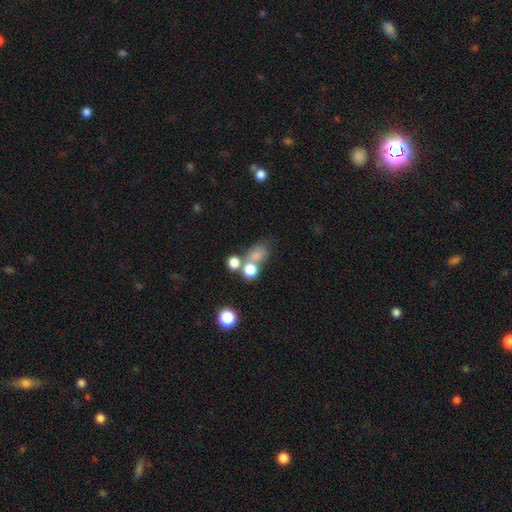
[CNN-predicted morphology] smooth 72%, star or artifact 17%, featured or disk 11%. Down the decision tree: how rounded — round (54%); merging — none (41%).